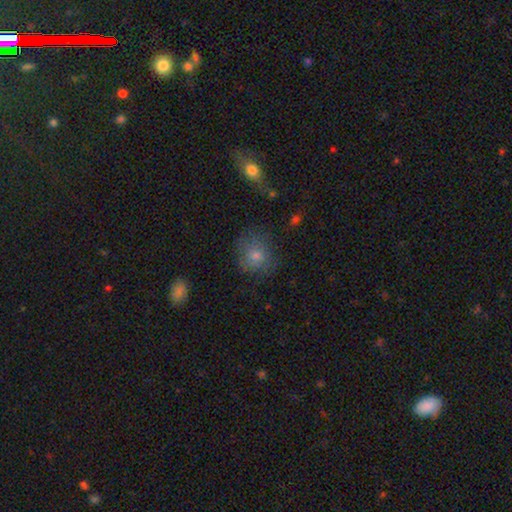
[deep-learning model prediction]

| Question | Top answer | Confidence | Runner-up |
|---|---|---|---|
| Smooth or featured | smooth | 72% | featured or disk (16%) |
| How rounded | round | 80% | in between (19%) |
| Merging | none | 73% | minor disturbance (19%) |